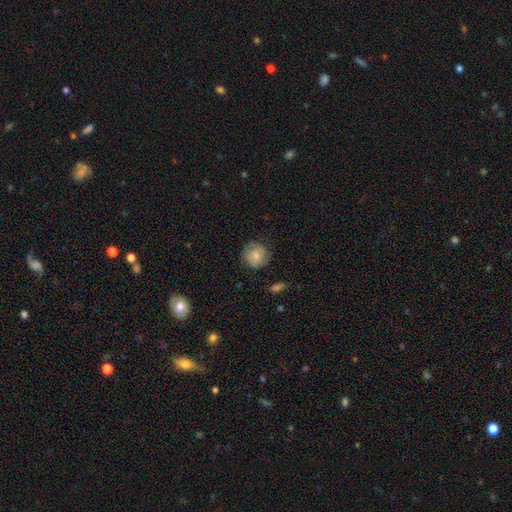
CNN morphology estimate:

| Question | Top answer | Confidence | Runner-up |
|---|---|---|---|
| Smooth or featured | smooth | 69% | featured or disk (23%) |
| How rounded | round | 88% | in between (11%) |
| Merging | none | 74% | minor disturbance (18%) |